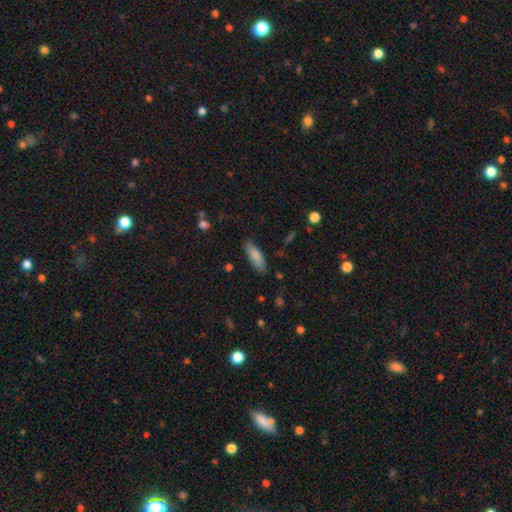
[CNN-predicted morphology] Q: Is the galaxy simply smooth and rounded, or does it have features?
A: smooth — 84%.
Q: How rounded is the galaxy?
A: in between — 58%.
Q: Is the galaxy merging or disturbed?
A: none — 81%.